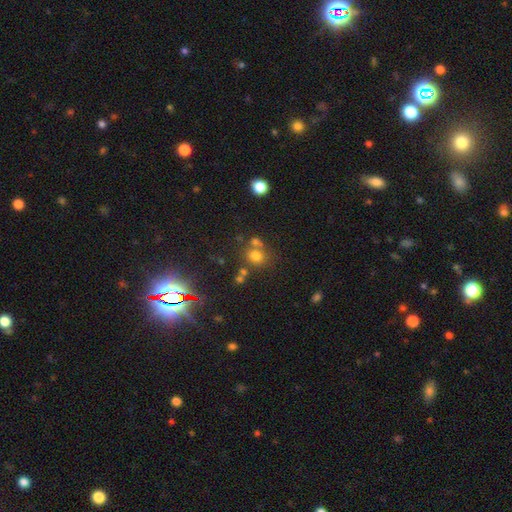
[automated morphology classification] Smooth or featured? Predicted: smooth (p=0.70). How rounded? Predicted: round (p=0.76). Merging? Predicted: none (p=0.57).